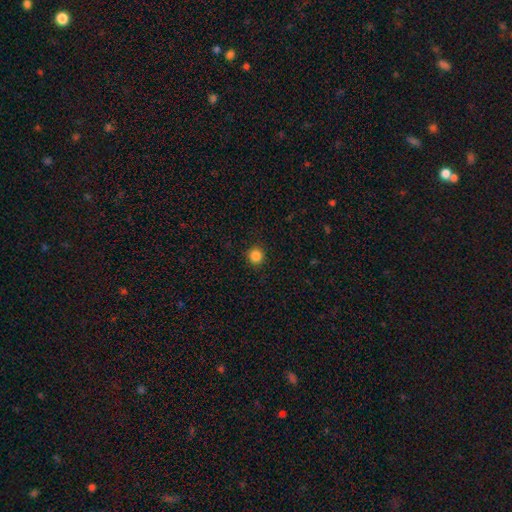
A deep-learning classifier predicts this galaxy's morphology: Smooth or featured? smooth (86%)
How rounded? round (94%)
Merging? none (92%)